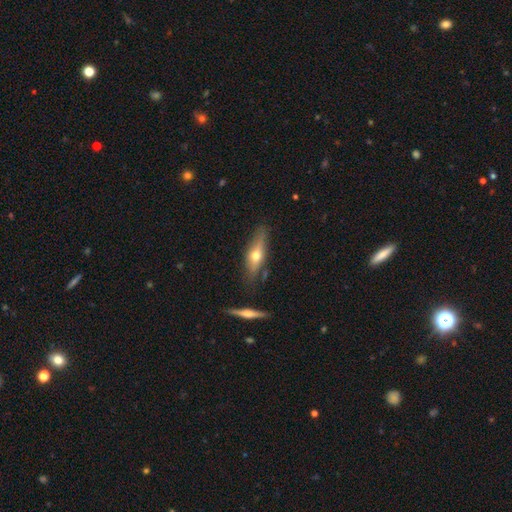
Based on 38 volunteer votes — smooth_or_featured: smooth (p=0.55) [alt: featured or disk p=0.39]
how_rounded: cigar-shaped (p=0.71) [alt: in between p=0.24]
merging: none (p=0.64) [alt: minor disturbance p=0.25]